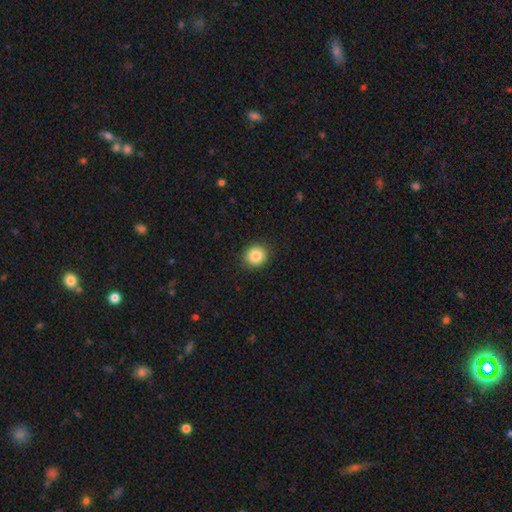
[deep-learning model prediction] Smooth or featured? smooth (86%)
How rounded? round (83%)
Merging? none (91%)